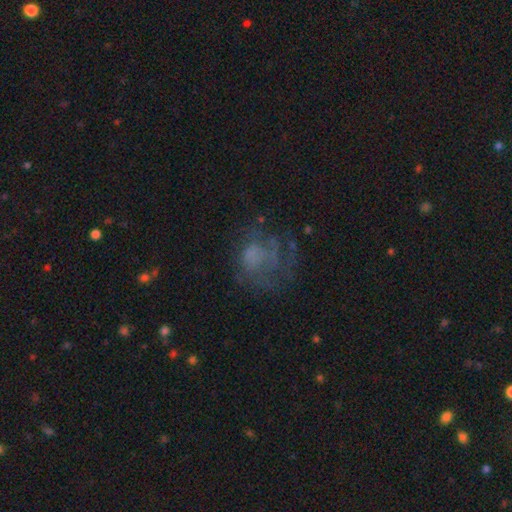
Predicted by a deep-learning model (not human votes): This is possibly a featured or disk galaxy (47%). Merging: possibly none (45%).